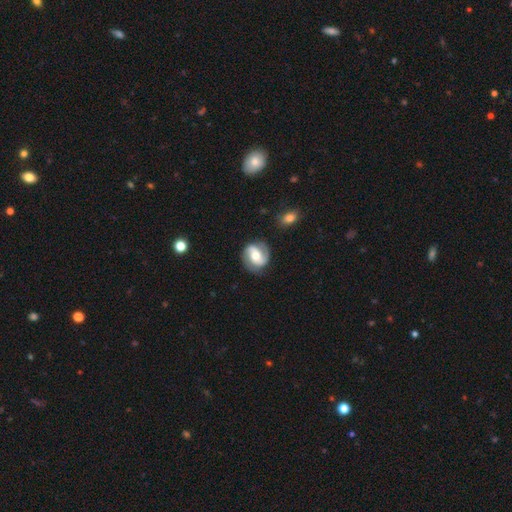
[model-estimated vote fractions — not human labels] Smooth or featured: featured or disk — 78% (smooth — 17%)
Edge-on disk: no — 98% (yes — 2%)
Bar: weak — 39% (no — 38%)
Spiral arms: yes — 93% (no — 7%)
Spiral winding: medium — 47% (tight — 32%)
Spiral arm count: 2 — 90% (can't tell — 4%)
Bulge size: moderate — 69% (small — 15%)
Merging: none — 81% (minor disturbance — 13%)